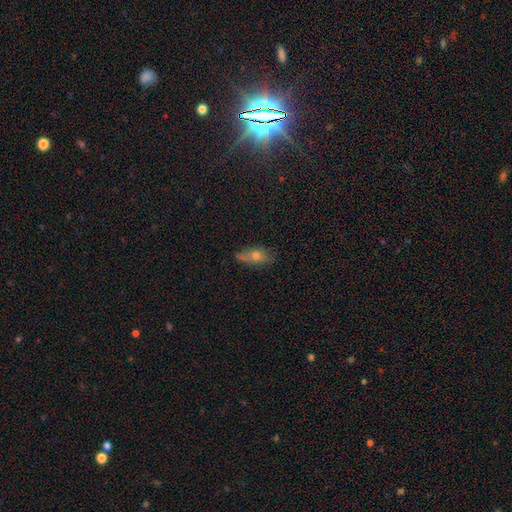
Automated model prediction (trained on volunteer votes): Morphology: type=smooth (56%); roundness=in between (69%); merging=none (71%).